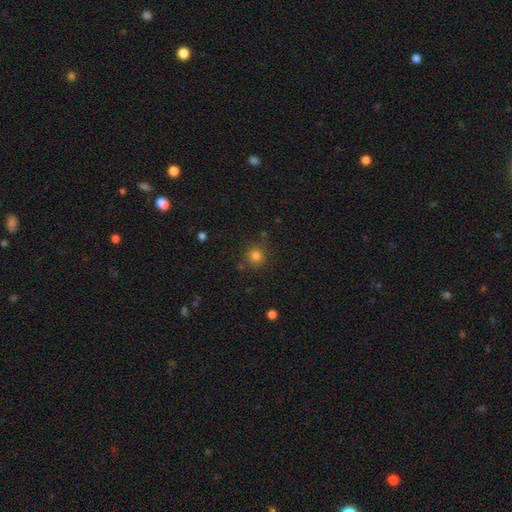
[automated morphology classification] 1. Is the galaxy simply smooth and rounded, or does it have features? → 80% smooth, 14% star or artifact, 6% featured or disk.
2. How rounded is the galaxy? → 91% round, 8% in between, 1% cigar-shaped.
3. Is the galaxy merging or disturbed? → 81% none, 11% minor disturbance, 5% merger, 4% major disturbance.